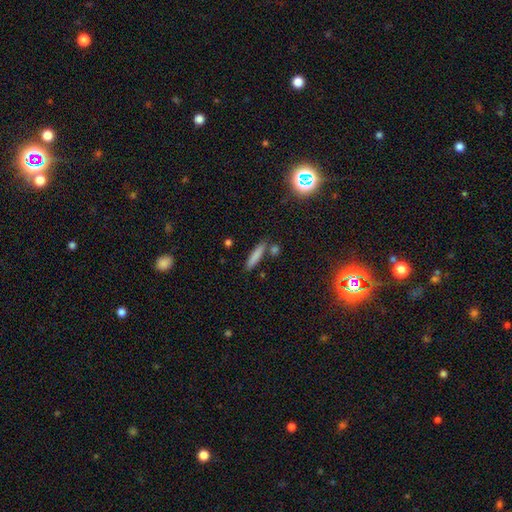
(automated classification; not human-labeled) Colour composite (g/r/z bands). It shows a smooth galaxy with no disk features (80%) that is cigar-shaped (86%). Merging: none (80%).